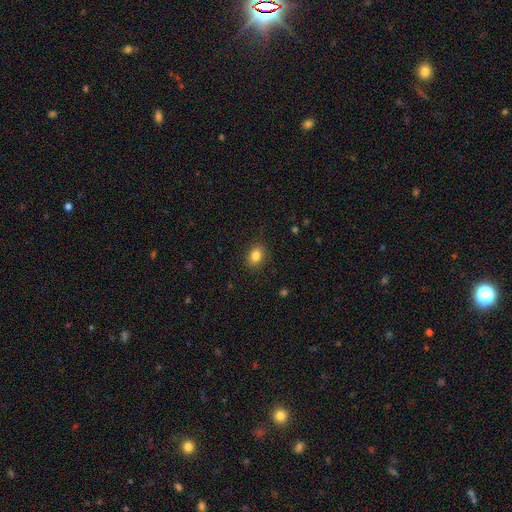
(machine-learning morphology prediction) Smooth or featured: smooth — 84% (star or artifact — 10%)
How rounded: in between — 63% (round — 35%)
Merging: none — 86% (minor disturbance — 10%)